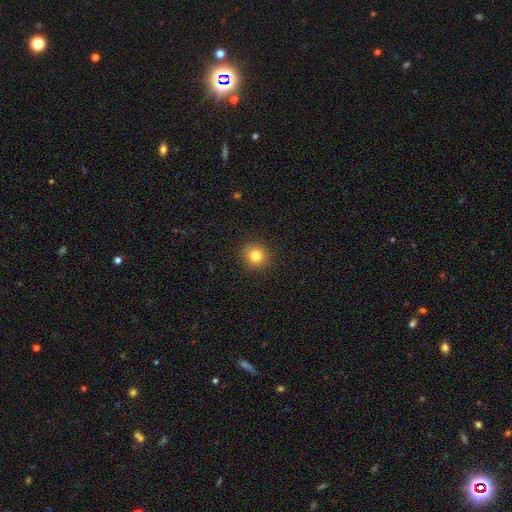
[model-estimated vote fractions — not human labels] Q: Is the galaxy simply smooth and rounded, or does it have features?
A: smooth — 81%.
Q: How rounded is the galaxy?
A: round — 89%.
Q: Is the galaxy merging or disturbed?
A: none — 89%.